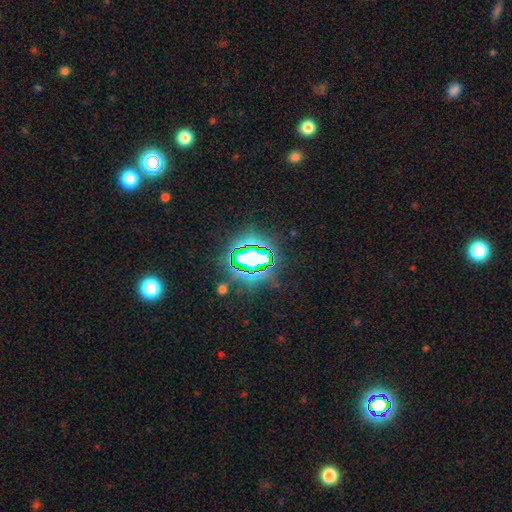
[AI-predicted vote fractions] smooth-or-featured: star or artifact: 74% | smooth: 15% | featured or disk: 11%